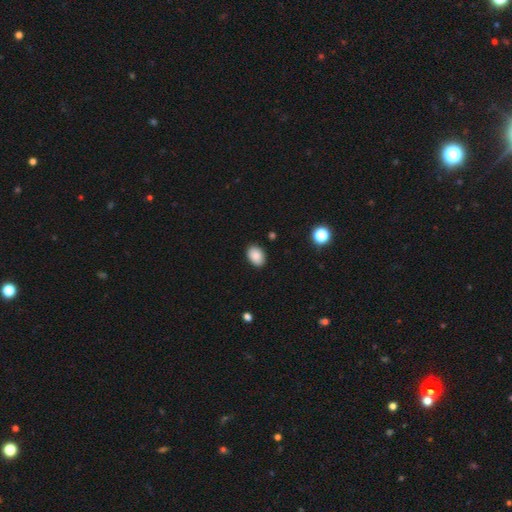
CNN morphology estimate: smooth 87%, star or artifact 8%, featured or disk 5%. Down the decision tree: how rounded — in between (82%); merging — none (89%).